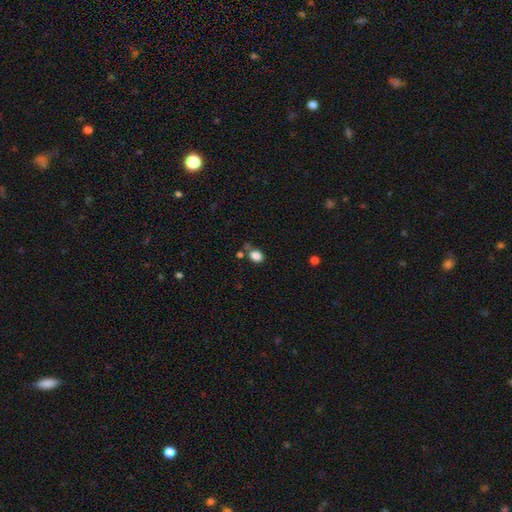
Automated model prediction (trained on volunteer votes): smooth 85%, star or artifact 10%, featured or disk 4%. Down the decision tree: how rounded — in between (57%); merging — none (62%).